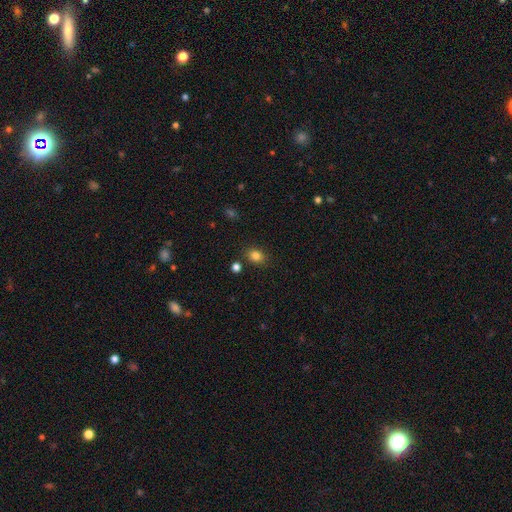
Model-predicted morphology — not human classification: Smooth or featured?
  - smooth: 82% *
  - star or artifact: 12%
  - featured or disk: 6%
How rounded?
  - in between: 50% *
  - round: 49%
  - cigar-shaped: 1%
Merging?
  - none: 82% *
  - minor disturbance: 11%
  - merger: 4%
  - major disturbance: 3%